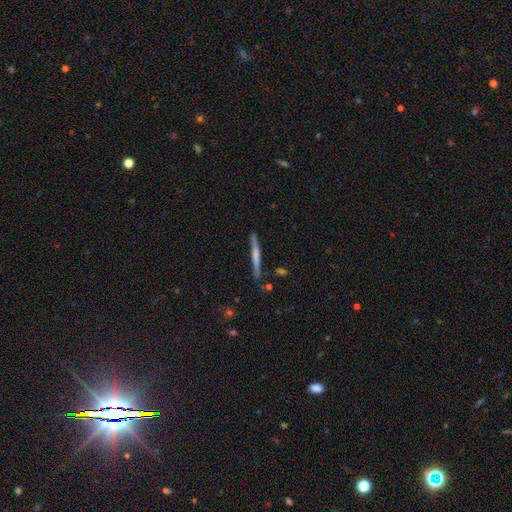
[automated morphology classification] A featured or disk galaxy (51%) viewed edge-on (97%). Merging: none (87%).